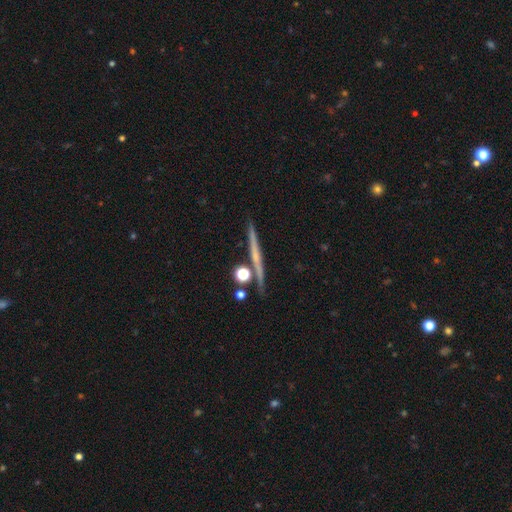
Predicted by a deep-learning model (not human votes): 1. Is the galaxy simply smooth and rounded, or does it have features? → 58% featured or disk, 31% smooth, 11% star or artifact.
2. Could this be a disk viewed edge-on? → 96% yes, 4% no.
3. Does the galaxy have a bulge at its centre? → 65% none, 29% rounded, 6% boxy.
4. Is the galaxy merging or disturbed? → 83% none, 8% minor disturbance, 7% merger, 3% major disturbance.